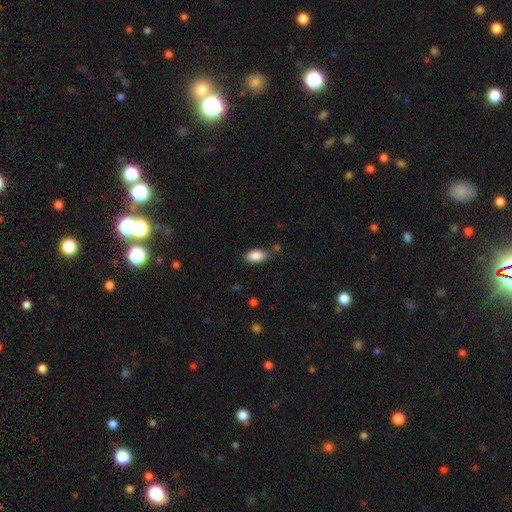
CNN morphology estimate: Smooth or featured: smooth — 89% (star or artifact — 7%)
How rounded: in between — 93% (round — 4%)
Merging: none — 72% (minor disturbance — 19%)